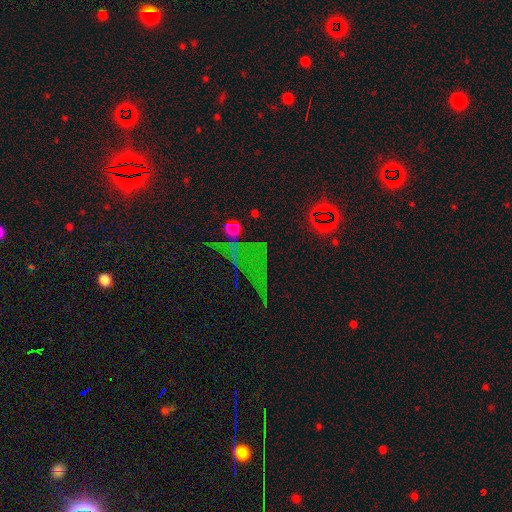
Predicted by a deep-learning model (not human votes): star or artifact 72%, smooth 15%, featured or disk 13%.